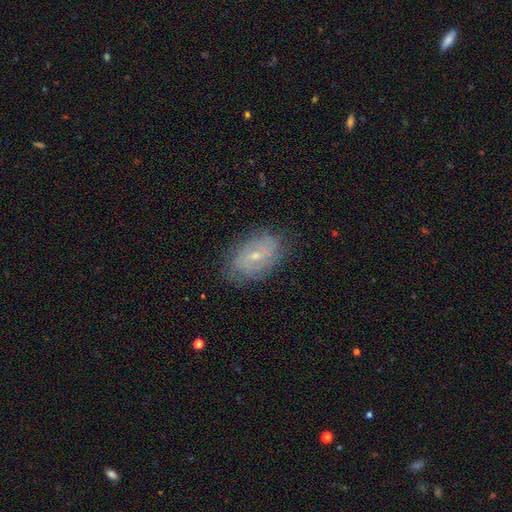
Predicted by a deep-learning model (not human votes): A featured or disk galaxy (58%) with a weak bar (49%), spiral arms (73%) and a small central bulge (69%). Merging: none (77%).